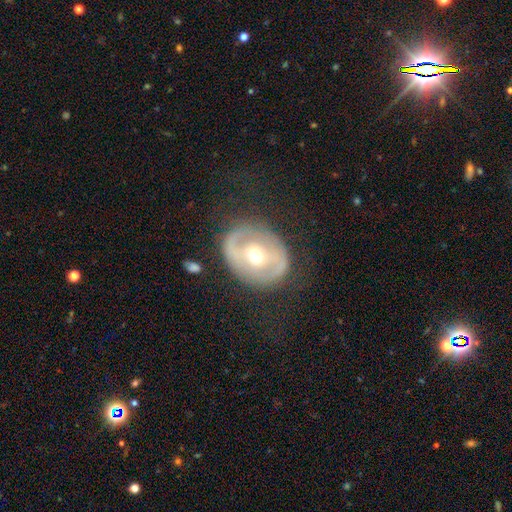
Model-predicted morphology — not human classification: Smooth or featured: featured or disk — 69% (smooth — 25%)
Edge-on disk: no — 95% (yes — 5%)
Bar: weak — 37% (no — 34%)
Spiral arms: no — 55% (yes — 45%)
Bulge size: moderate — 74% (small — 17%)
Merging: none — 76% (minor disturbance — 14%)